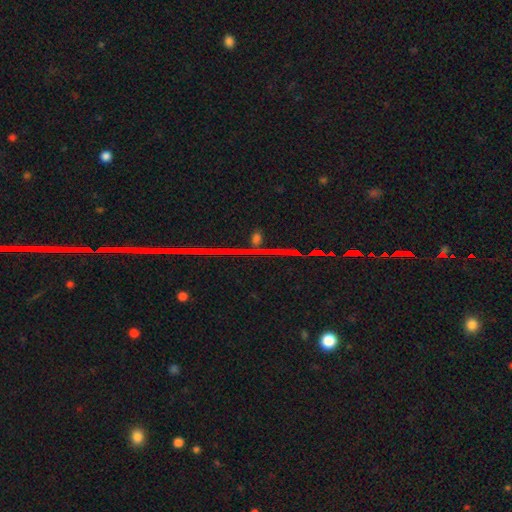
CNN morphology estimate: A star or artifact, not a galaxy (75%).